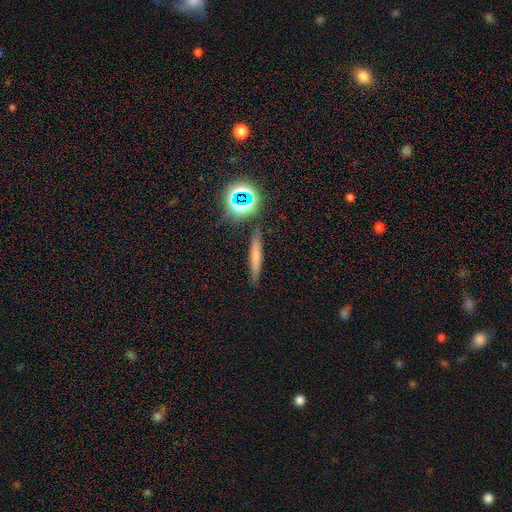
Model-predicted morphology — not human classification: Smooth or featured? smooth (60%)
How rounded? cigar-shaped (85%)
Merging? none (83%)